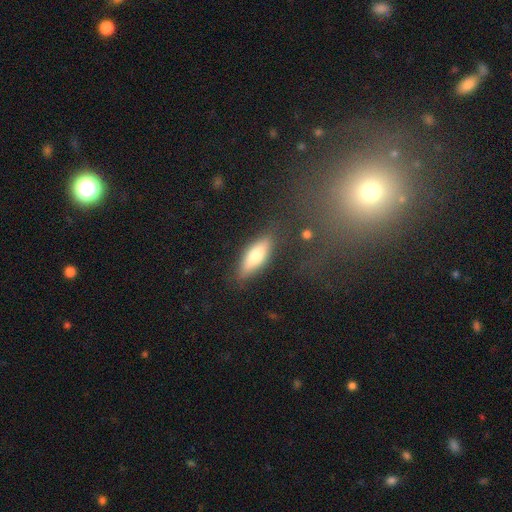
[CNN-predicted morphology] Smooth or featured?
  - smooth: 66% *
  - featured or disk: 27%
  - star or artifact: 6%
How rounded?
  - in between: 58% *
  - cigar-shaped: 39%
  - round: 2%
Merging?
  - none: 81% *
  - minor disturbance: 13%
  - major disturbance: 4%
  - merger: 2%